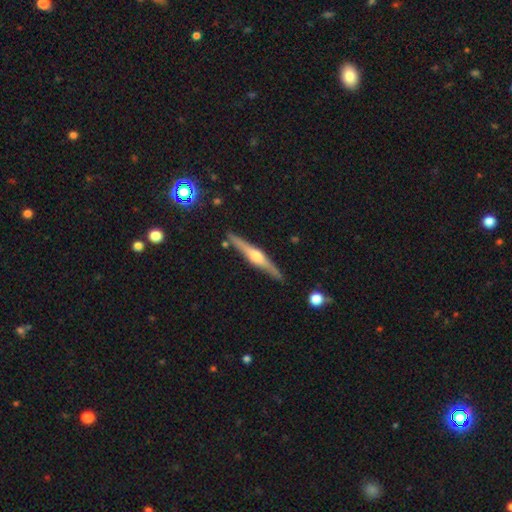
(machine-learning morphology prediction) smooth_or_featured: featured or disk (p=0.78) [alt: smooth p=0.16]
disk_edge_on: yes (p=0.98) [alt: no p=0.02]
edge_on_bulge: rounded (p=0.91) [alt: boxy p=0.06]
merging: none (p=0.89) [alt: minor disturbance p=0.08]